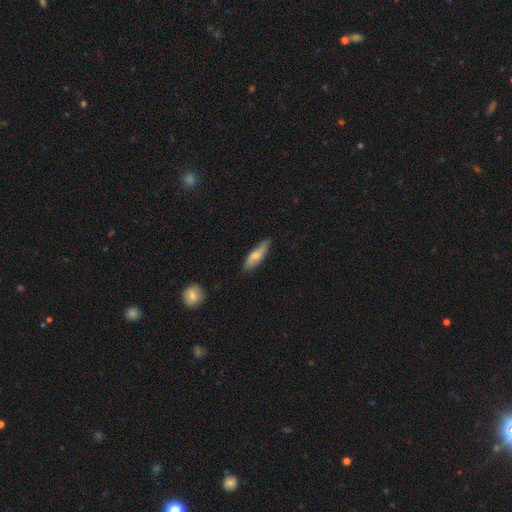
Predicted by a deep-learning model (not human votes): smooth-or-featured: smooth: 61% | featured or disk: 33% | star or artifact: 6%
  how-rounded: cigar-shaped: 52% | in between: 45% | round: 3%
  merging: none: 76% | minor disturbance: 19% | major disturbance: 3% | merger: 1%